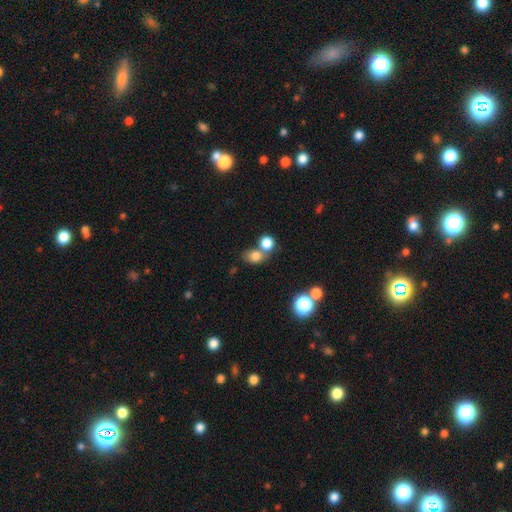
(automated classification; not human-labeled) smooth 77%, star or artifact 13%, featured or disk 9%. Down the decision tree: how rounded — in between (49%, tied with round); merging — none (43%).